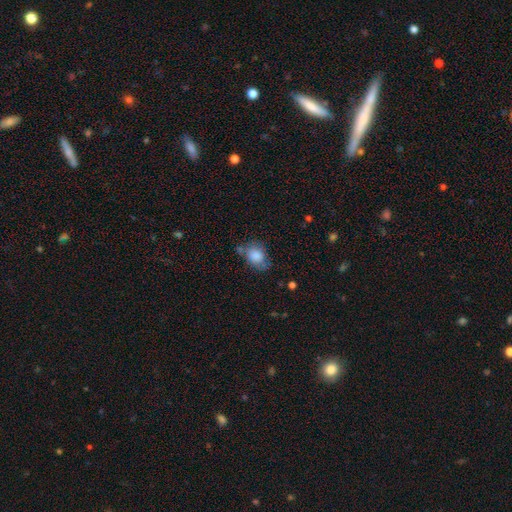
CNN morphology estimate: smooth 81%, featured or disk 11%, star or artifact 8%. Down the decision tree: how rounded — in between (62%); merging — none (54%).